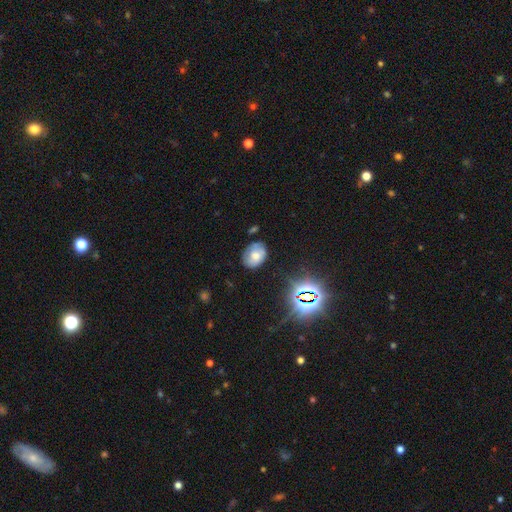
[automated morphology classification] smooth_or_featured: smooth (p=0.50) [alt: featured or disk p=0.28]
how_rounded: in between (p=0.70) [alt: round p=0.29]
merging: none (p=0.70) [alt: minor disturbance p=0.22]